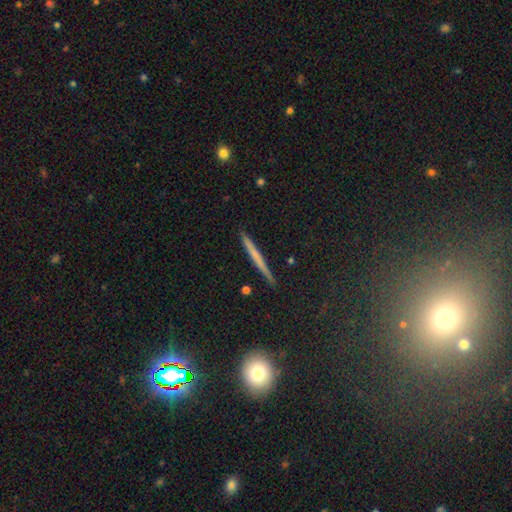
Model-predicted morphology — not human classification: The model was most divided on "smooth or featured": smooth: 47%, featured or disk: 42%, star or artifact: 11%. More confident: merging — none (91%).